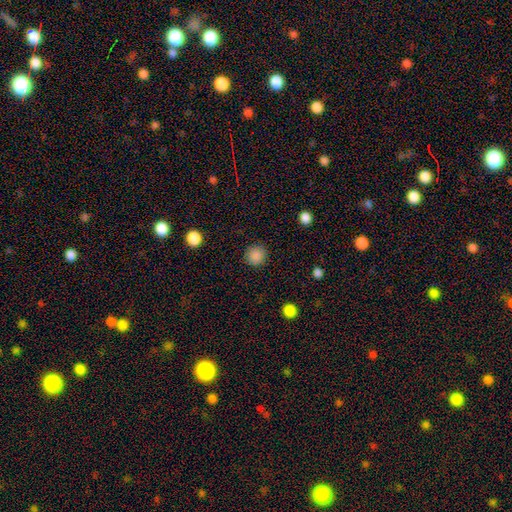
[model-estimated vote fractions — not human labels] A smooth galaxy with no disk features (87%) that is round (92%).

Vote fractions:
- Smooth or featured? smooth: 87% / star or artifact: 10% / featured or disk: 3%
- How rounded? round: 92% / in between: 7% / cigar-shaped: 1%
- Merging? none: 90% / minor disturbance: 6% / major disturbance: 2% / merger: 1%